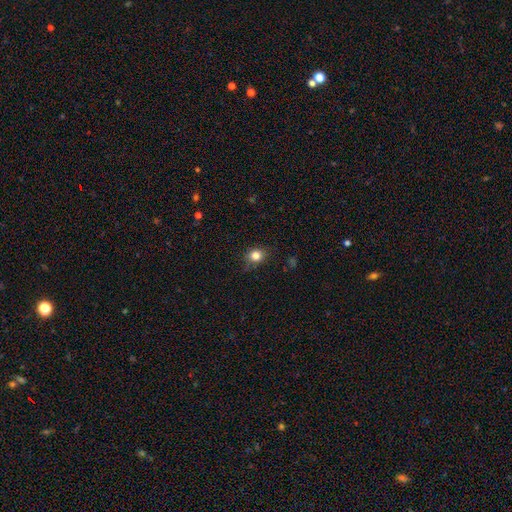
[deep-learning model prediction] A smooth galaxy with no disk features (81%) that is round (70%). Merging: none (77%).